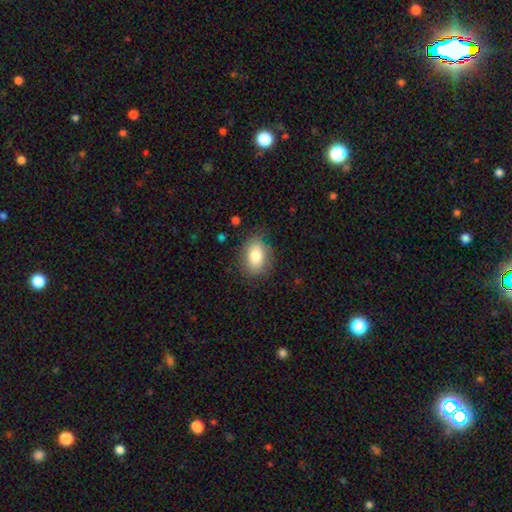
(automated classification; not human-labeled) Overall: smooth (80%). How rounded: in between (80%). Merging: none (79%).